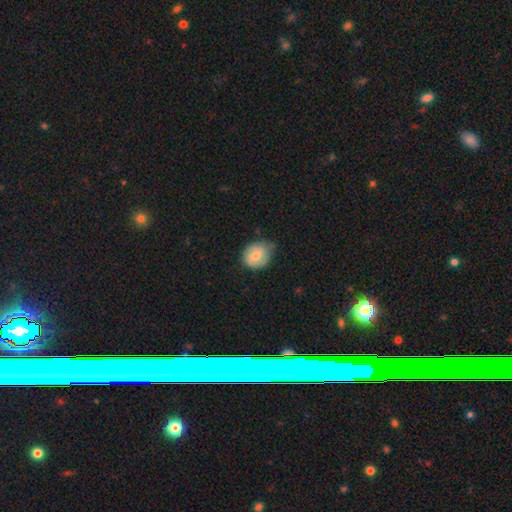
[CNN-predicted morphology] Q: Smooth or featured?
A: smooth (66%); runner-up: featured or disk (28%)
Q: How rounded?
A: round (58%); runner-up: in between (41%)
Q: Merging?
A: none (50%); runner-up: minor disturbance (40%)